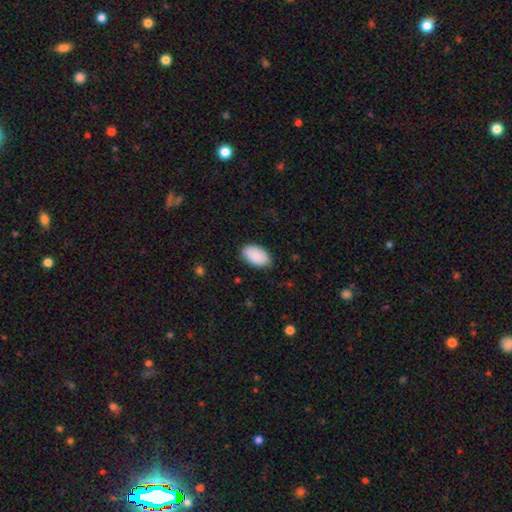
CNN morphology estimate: Smooth or featured: smooth — 90% (star or artifact — 6%)
How rounded: in between — 95% (round — 4%)
Merging: none — 84% (minor disturbance — 13%)